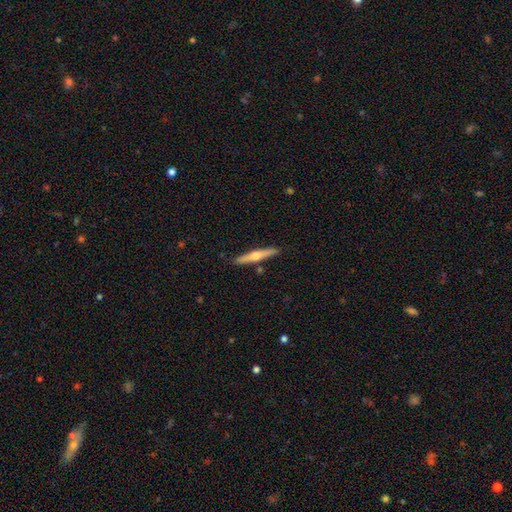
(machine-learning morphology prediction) This is possibly a featured or disk galaxy (54%). It is clearly viewed edge-on (97%). Edge-on bulge: clearly rounded (88%). Merging: clearly none (86%).